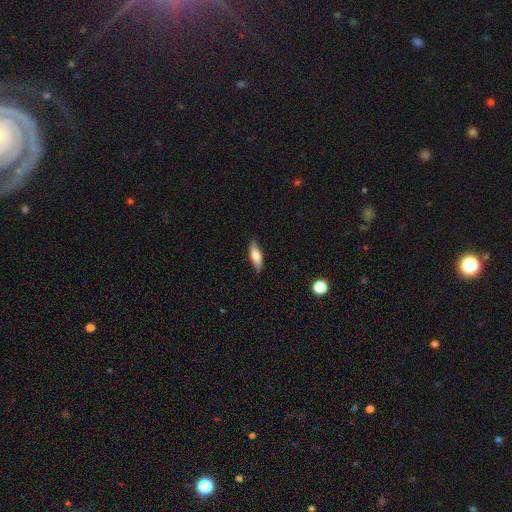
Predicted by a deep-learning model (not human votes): Overall: smooth (66%; featured or disk 28%). How rounded: in between (49%; cigar-shaped 48%). Merging: none (79%).